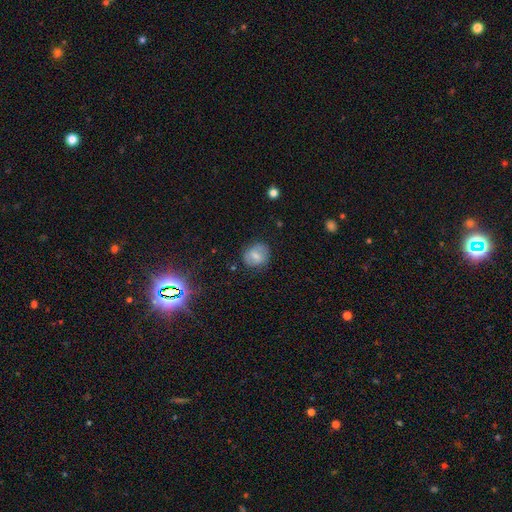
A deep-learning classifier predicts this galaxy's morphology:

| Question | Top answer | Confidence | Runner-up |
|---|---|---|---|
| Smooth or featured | smooth | 69% | featured or disk (21%) |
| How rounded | round | 69% | in between (30%) |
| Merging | none | 76% | minor disturbance (17%) |